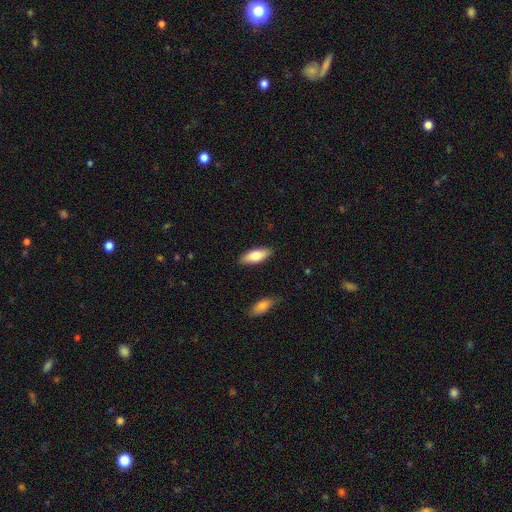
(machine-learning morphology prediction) Smooth or featured?
  - smooth: 78% *
  - featured or disk: 16%
  - star or artifact: 6%
How rounded?
  - in between: 78% *
  - cigar-shaped: 20%
  - round: 2%
Merging?
  - none: 87% *
  - minor disturbance: 10%
  - major disturbance: 2%
  - merger: 2%